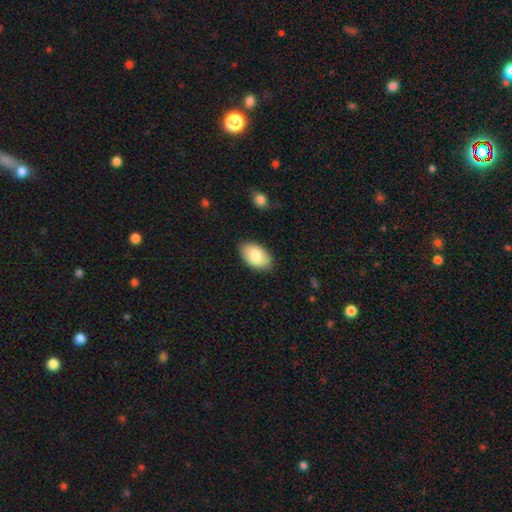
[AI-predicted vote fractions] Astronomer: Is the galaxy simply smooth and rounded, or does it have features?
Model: smooth — 83%.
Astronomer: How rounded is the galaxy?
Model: in between — 93%.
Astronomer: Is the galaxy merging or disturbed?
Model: none — 86%.